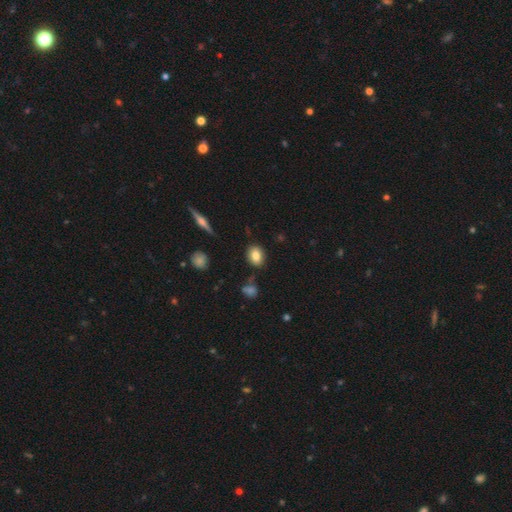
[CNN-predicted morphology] Q: Smooth or featured?
A: smooth (82%); runner-up: featured or disk (9%)
Q: How rounded?
A: in between (57%); runner-up: round (42%)
Q: Merging?
A: none (84%); runner-up: minor disturbance (11%)